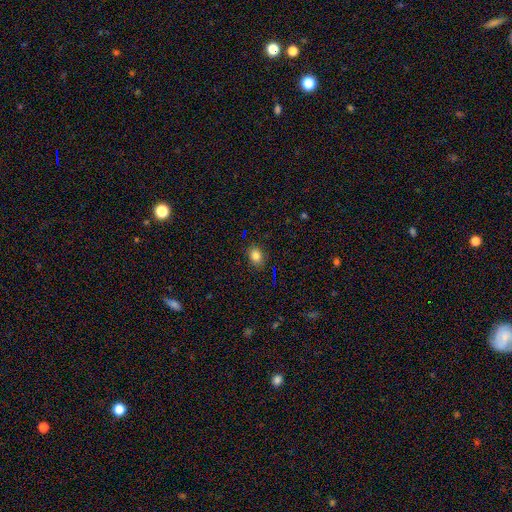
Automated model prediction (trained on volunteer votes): This appears to be a smooth galaxy with no disk features (82%) that is in between round and cigar-shaped (62%). Merging: none (86%).